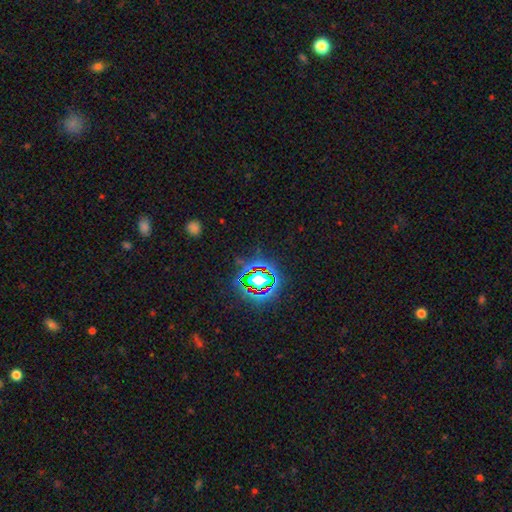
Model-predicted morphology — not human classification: A star or artifact, not a galaxy (75%).